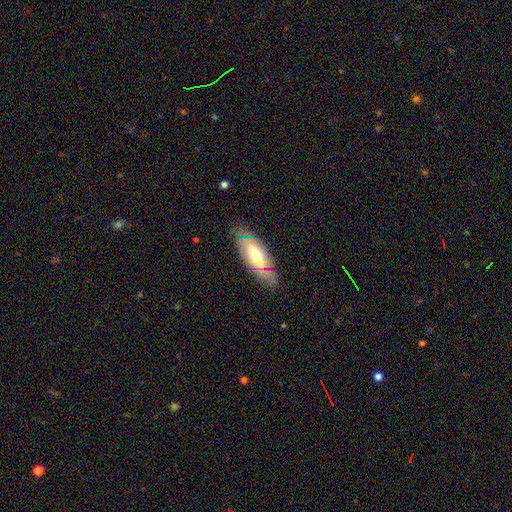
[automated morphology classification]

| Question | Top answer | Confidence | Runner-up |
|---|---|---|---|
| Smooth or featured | smooth | 51% | featured or disk (40%) |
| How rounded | in between | 77% | cigar-shaped (20%) |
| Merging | none | 77% | minor disturbance (17%) |